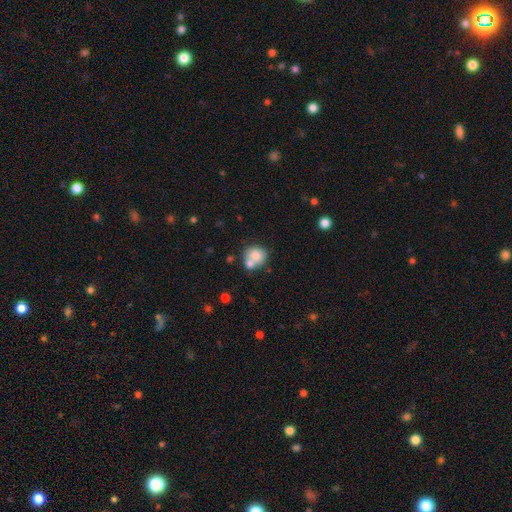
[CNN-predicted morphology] A smooth galaxy with no disk features (78%) that is round (72%).

Vote fractions:
- Smooth or featured? smooth: 78% / featured or disk: 13% / star or artifact: 9%
- How rounded? round: 72% / in between: 27% / cigar-shaped: 1%
- Merging? merger: 43% / none: 40% / minor disturbance: 12% / major disturbance: 5%